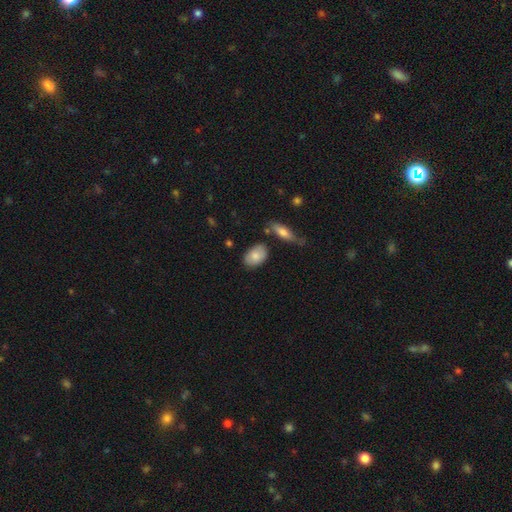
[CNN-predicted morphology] A smooth galaxy with no disk features (81%) that is in between round and cigar-shaped (89%).

Vote fractions:
- Smooth or featured? smooth: 81% / featured or disk: 13% / star or artifact: 6%
- How rounded? in between: 89% / round: 9% / cigar-shaped: 2%
- Merging? none: 73% / minor disturbance: 17% / merger: 6% / major disturbance: 4%